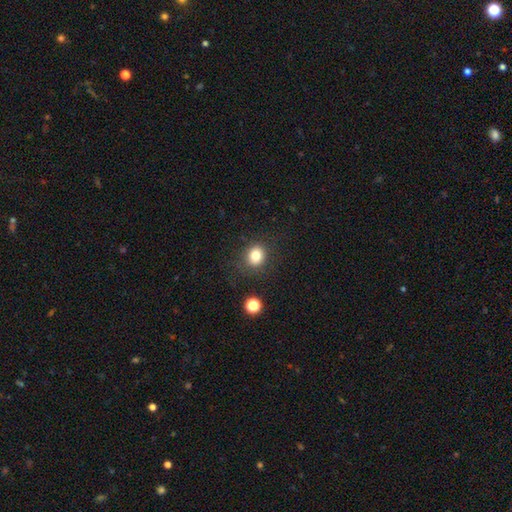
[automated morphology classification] Smooth or featured?
  - smooth: 81% *
  - star or artifact: 12%
  - featured or disk: 7%
How rounded?
  - round: 72% *
  - in between: 27%
  - cigar-shaped: 1%
Merging?
  - none: 84% *
  - minor disturbance: 10%
  - major disturbance: 4%
  - merger: 2%